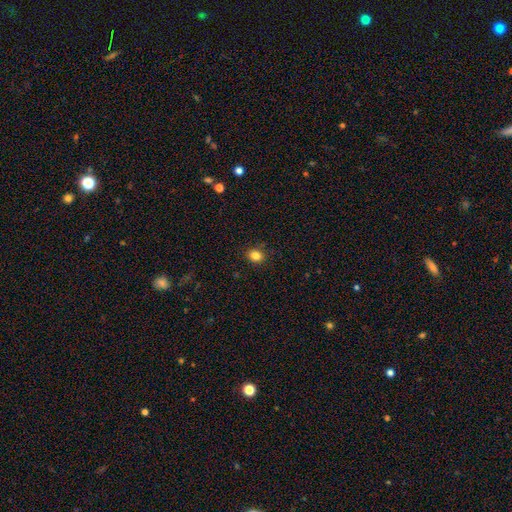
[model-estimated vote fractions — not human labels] A smooth galaxy with no disk features (84%) that is round (54%). Merging: none (88%).